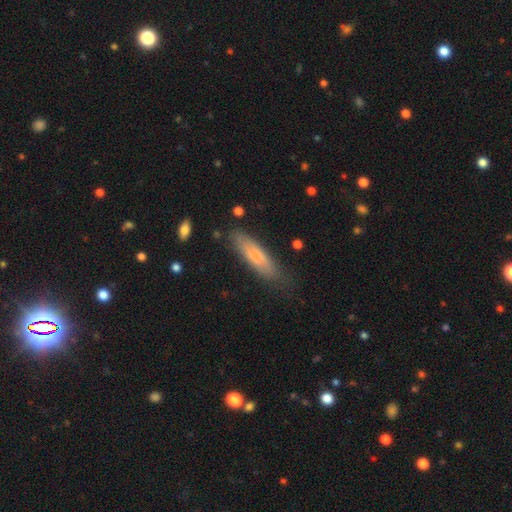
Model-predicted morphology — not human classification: Overall: smooth (74%). How rounded: cigar-shaped (69%; in between 30%). Merging: none (75%).